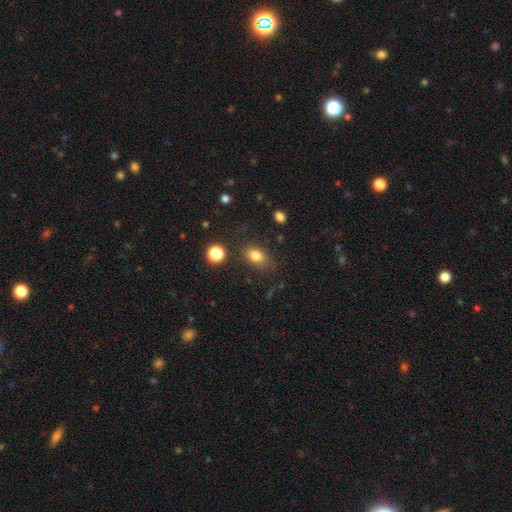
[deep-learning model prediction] smooth 81%, star or artifact 11%, featured or disk 7%. Down the decision tree: how rounded — in between (76%); merging — none (77%).